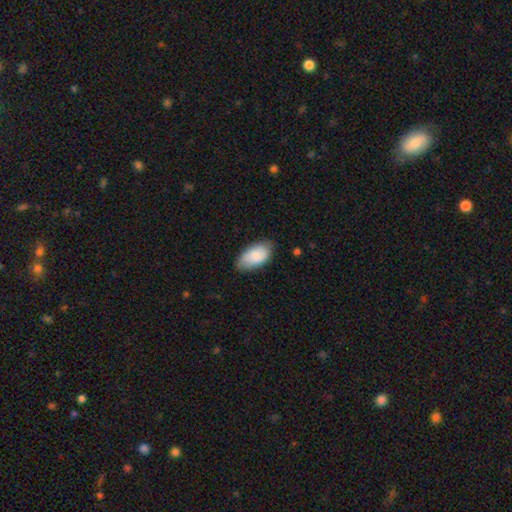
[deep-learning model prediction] Smooth or featured? Predicted: smooth (p=0.82). How rounded? Predicted: in between (p=0.95). Merging? Predicted: none (p=0.70).